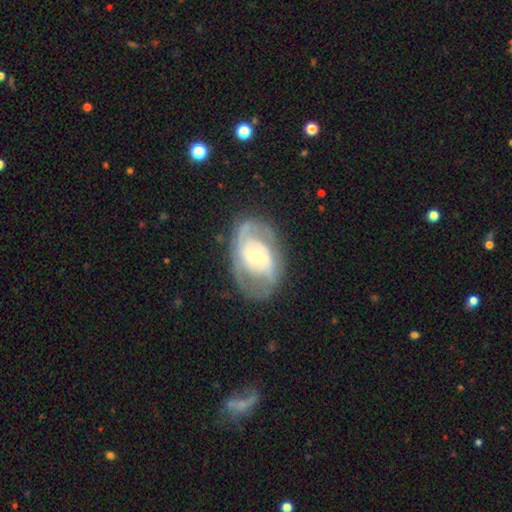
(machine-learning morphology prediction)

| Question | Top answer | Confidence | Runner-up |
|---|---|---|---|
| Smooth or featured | featured or disk | 83% | smooth (12%) |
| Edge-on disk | no | 96% | yes (4%) |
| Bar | weak | 51% | strong (26%) |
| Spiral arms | yes | 91% | no (9%) |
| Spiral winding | tight | 47% | medium (41%) |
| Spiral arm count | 2 | 56% | can't tell (23%) |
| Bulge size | moderate | 51% | small (42%) |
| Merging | none | 70% | minor disturbance (19%) |